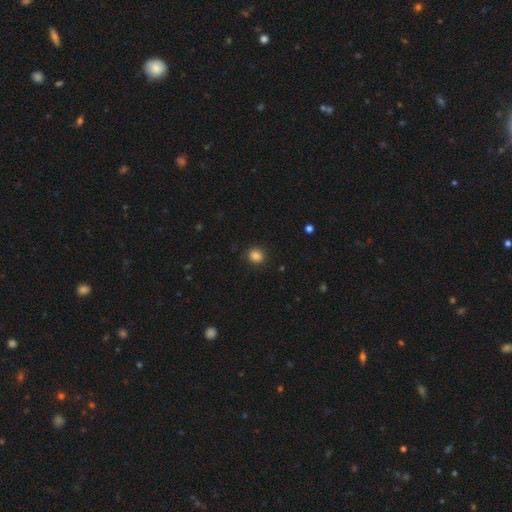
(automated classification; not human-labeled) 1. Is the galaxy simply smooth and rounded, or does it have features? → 86% smooth, 11% star or artifact, 3% featured or disk.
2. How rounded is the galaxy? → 82% round, 17% in between, 1% cigar-shaped.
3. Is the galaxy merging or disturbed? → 88% none, 8% minor disturbance, 3% major disturbance, 1% merger.